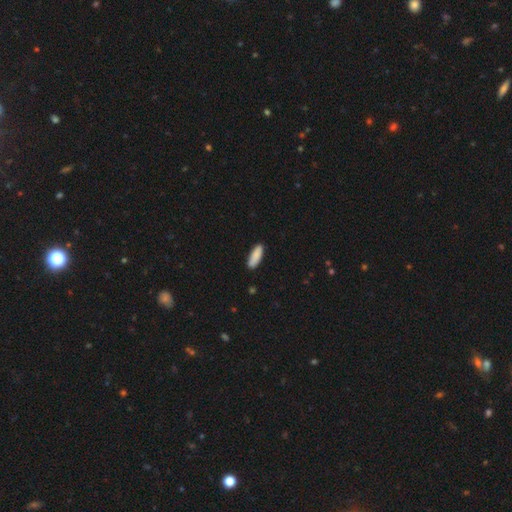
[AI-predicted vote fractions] smooth 89%, star or artifact 6%, featured or disk 5%. Down the decision tree: how rounded — in between (61%); merging — none (87%).